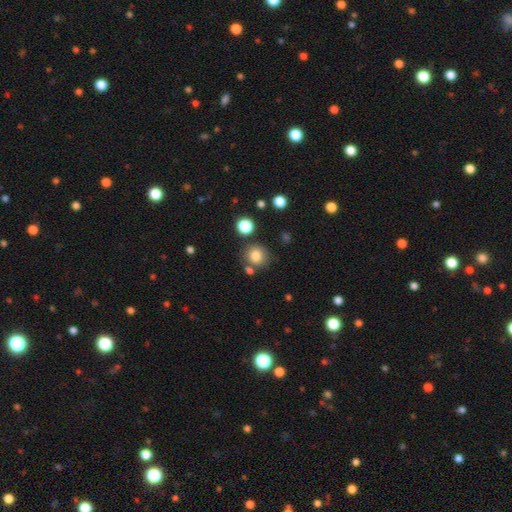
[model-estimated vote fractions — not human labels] A smooth galaxy with no disk features (82%) that is round (88%).

Vote fractions:
- Smooth or featured? smooth: 82% / star or artifact: 12% / featured or disk: 6%
- How rounded? round: 88% / in between: 12% / cigar-shaped: 1%
- Merging? none: 75% / minor disturbance: 11% / merger: 10% / major disturbance: 4%